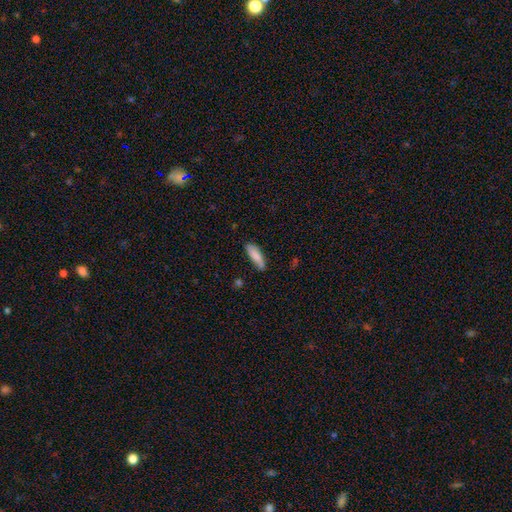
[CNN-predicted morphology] Overall: smooth (80%). How rounded: in between (51%; cigar-shaped 47%). Merging: none (68%).